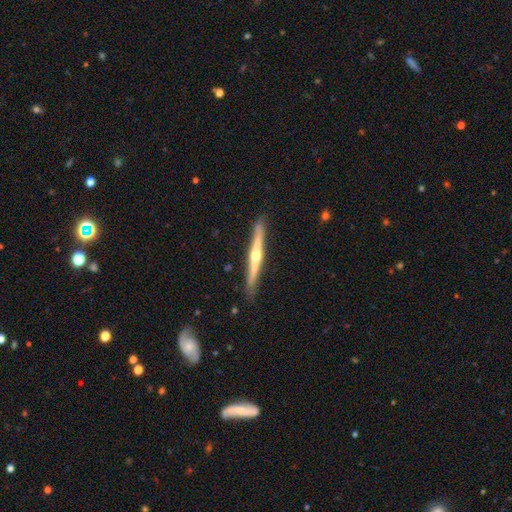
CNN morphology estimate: This appears to be a featured or disk galaxy (77%) viewed edge-on (98%) with a rounded central bulge (89%). Merging: none (88%).